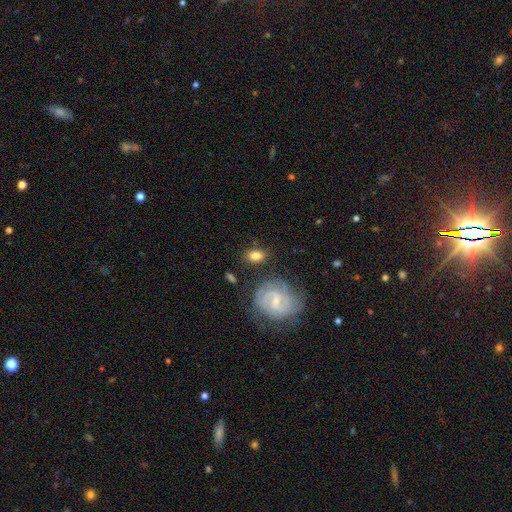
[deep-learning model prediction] smooth_or_featured: smooth (p=0.70) [alt: featured or disk p=0.22]
how_rounded: in between (p=0.69) [alt: round p=0.30]
merging: none (p=0.76) [alt: minor disturbance p=0.14]